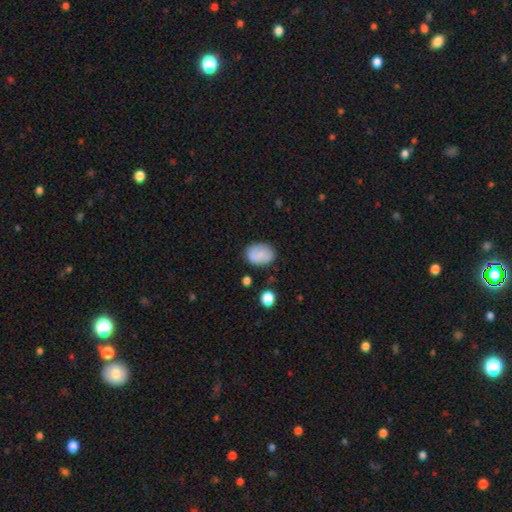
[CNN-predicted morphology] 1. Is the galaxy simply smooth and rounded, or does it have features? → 80% smooth, 11% featured or disk, 8% star or artifact.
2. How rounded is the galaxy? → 77% in between, 22% round, 1% cigar-shaped.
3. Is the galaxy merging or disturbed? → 76% none, 16% minor disturbance, 4% major disturbance, 3% merger.